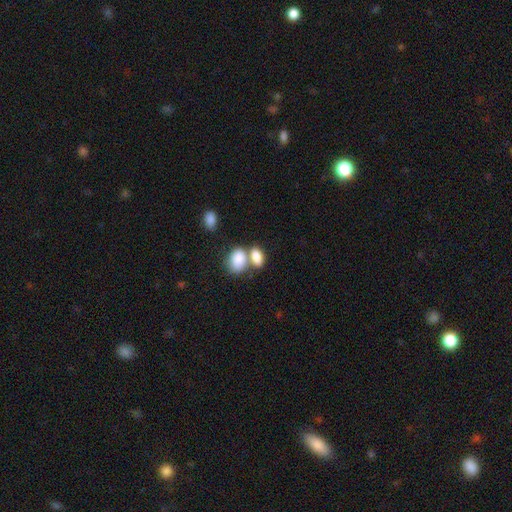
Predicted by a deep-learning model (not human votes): Overall: smooth (84%). How rounded: in between (87%). Merging: merger (57%; none 31%).